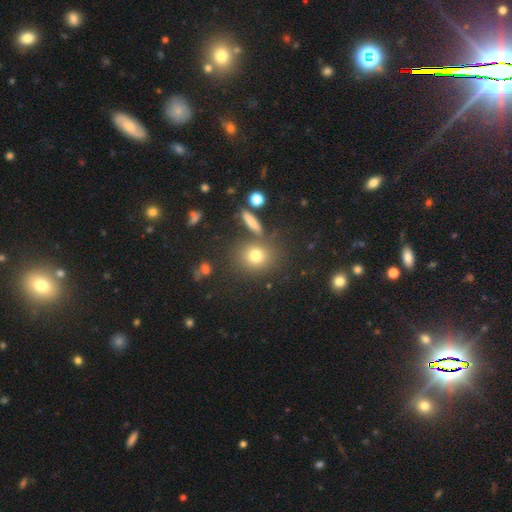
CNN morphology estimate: This appears to be a smooth galaxy with no disk features (74%) that is round (77%). Merging: none (74%).